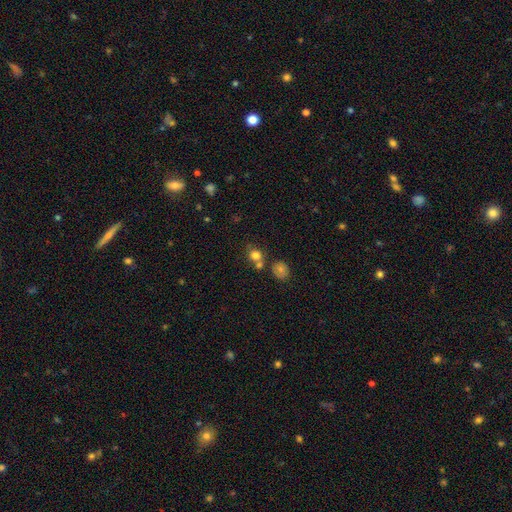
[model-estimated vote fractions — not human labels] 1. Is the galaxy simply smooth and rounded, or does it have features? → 78% smooth, 12% star or artifact, 9% featured or disk.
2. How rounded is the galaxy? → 73% round, 26% in between, 1% cigar-shaped.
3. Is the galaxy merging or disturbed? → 53% none, 32% merger, 11% minor disturbance, 4% major disturbance.